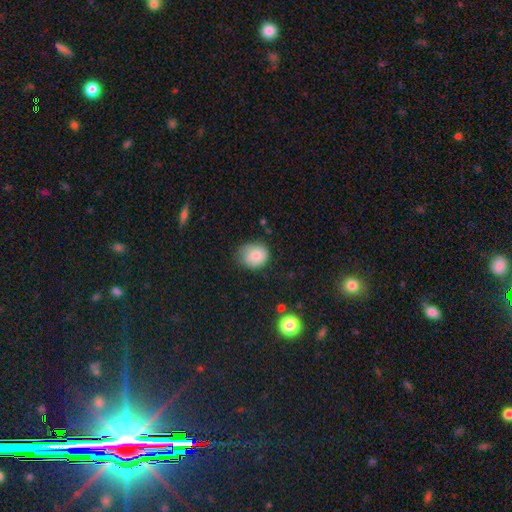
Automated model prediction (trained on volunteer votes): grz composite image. It shows a smooth galaxy with no disk features (80%) that is round (63%). Merging: none (58%).